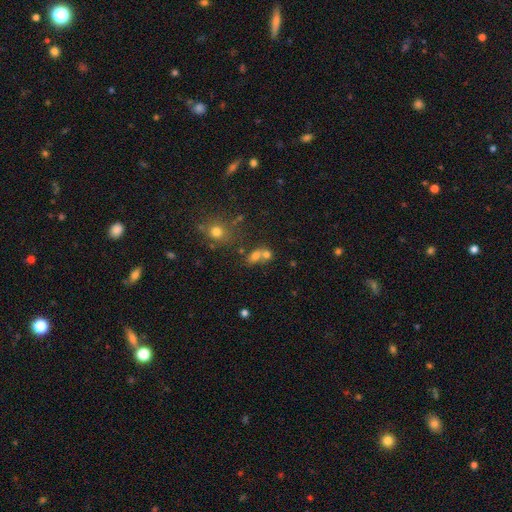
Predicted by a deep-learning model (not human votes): A smooth galaxy with no disk features (69%) that is in between round and cigar-shaped (56%).

Vote fractions:
- Smooth or featured? smooth: 69% / star or artifact: 16% / featured or disk: 15%
- How rounded? in between: 56% / round: 42% / cigar-shaped: 3%
- Merging? merger: 58% / none: 28% / minor disturbance: 8% / major disturbance: 5%